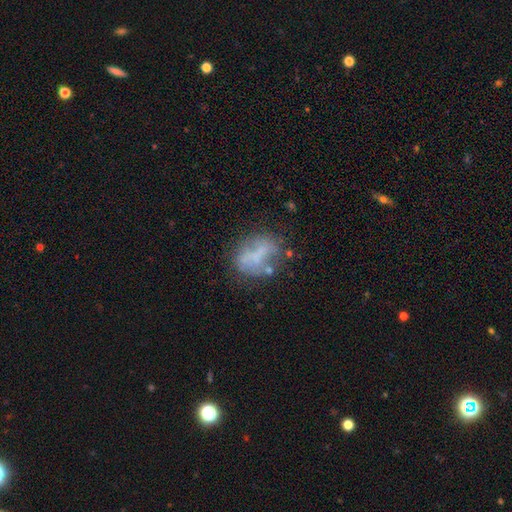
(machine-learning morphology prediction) Q: Smooth or featured?
A: featured or disk (46%); runner-up: smooth (40%)
Q: Merging?
A: none (46%); runner-up: minor disturbance (22%)